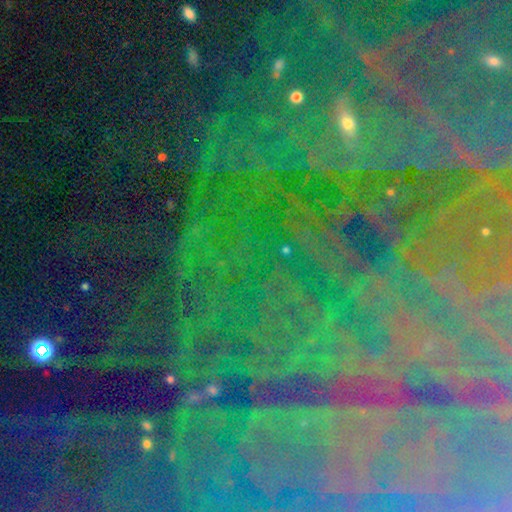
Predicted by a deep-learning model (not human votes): smooth-or-featured: star or artifact: 80% | featured or disk: 12% | smooth: 8%